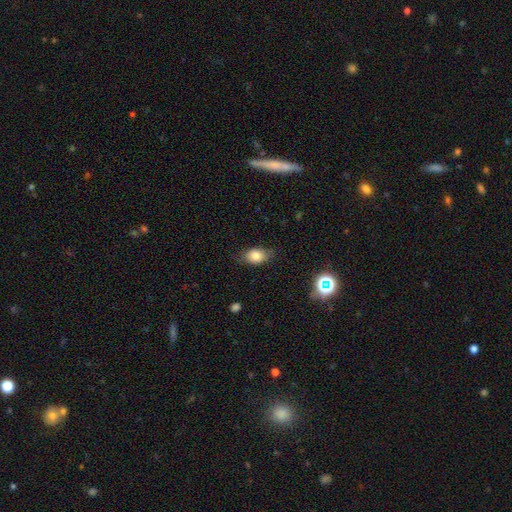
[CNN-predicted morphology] smooth-or-featured: smooth: 81% | featured or disk: 10% | star or artifact: 9%
  how-rounded: in between: 82% | round: 16% | cigar-shaped: 2%
  merging: none: 78% | minor disturbance: 17% | major disturbance: 4% | merger: 1%